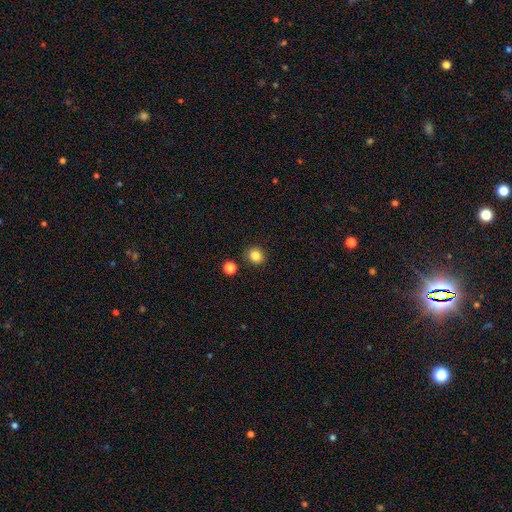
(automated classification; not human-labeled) A smooth galaxy with no disk features (84%) that is round (85%). Merging: none (87%).